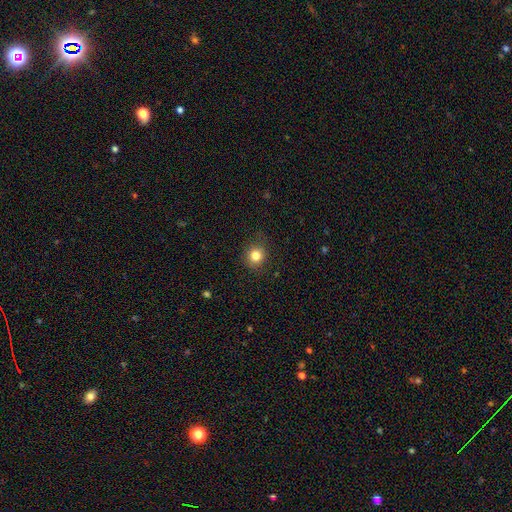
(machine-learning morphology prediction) A smooth galaxy with no disk features (82%) that is round (87%). Merging: none (87%).